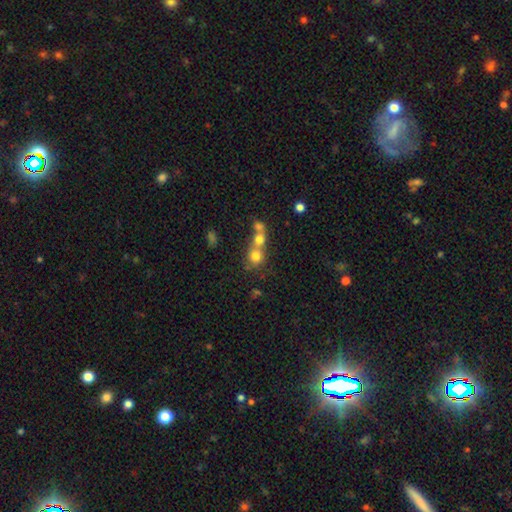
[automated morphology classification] Q: Smooth or featured?
A: smooth (72%); runner-up: featured or disk (15%)
Q: How rounded?
A: round (82%); runner-up: in between (17%)
Q: Merging?
A: merger (57%); runner-up: none (33%)